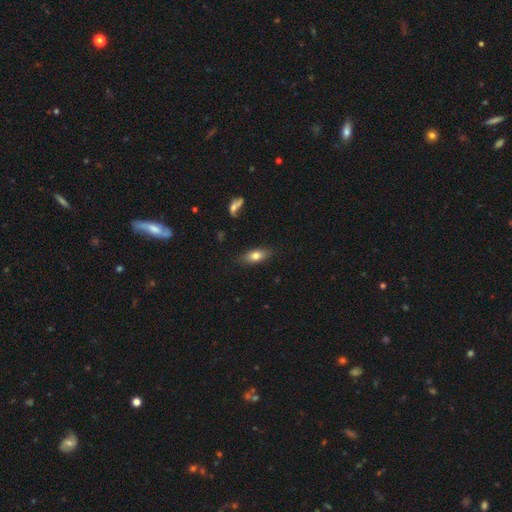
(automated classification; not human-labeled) A smooth galaxy with no disk features (74%) that is in between round and cigar-shaped (78%).

Vote fractions:
- Smooth or featured? smooth: 74% / featured or disk: 18% / star or artifact: 8%
- How rounded? in between: 78% / cigar-shaped: 18% / round: 4%
- Merging? none: 83% / minor disturbance: 12% / major disturbance: 3% / merger: 2%